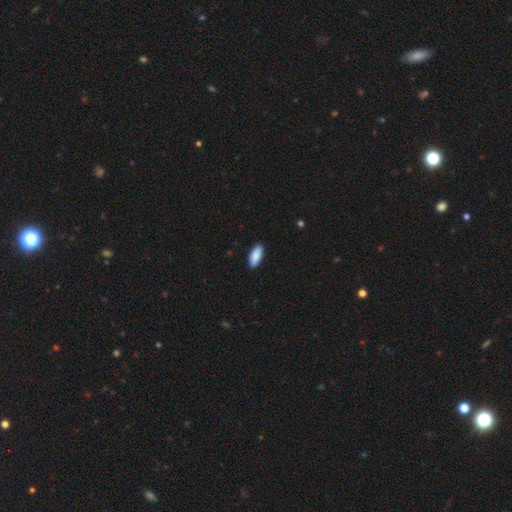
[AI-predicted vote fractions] Overall: smooth (90%). How rounded: in between (85%). Merging: none (90%).